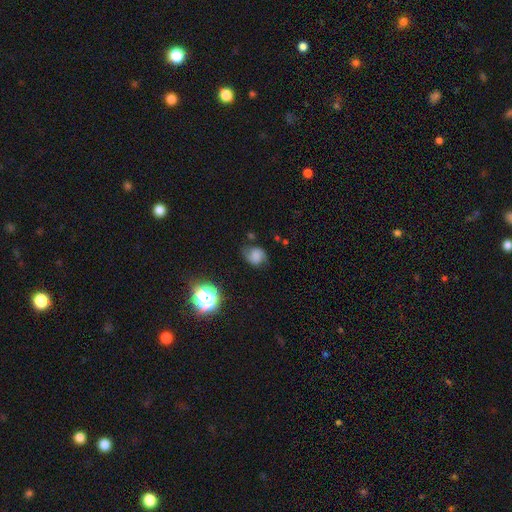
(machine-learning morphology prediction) A smooth galaxy with no disk features (52%) that is round (61%).

Vote fractions:
- Smooth or featured? smooth: 52% / featured or disk: 33% / star or artifact: 15%
- How rounded? round: 61% / in between: 38% / cigar-shaped: 1%
- Merging? none: 61% / minor disturbance: 27% / major disturbance: 10% / merger: 2%